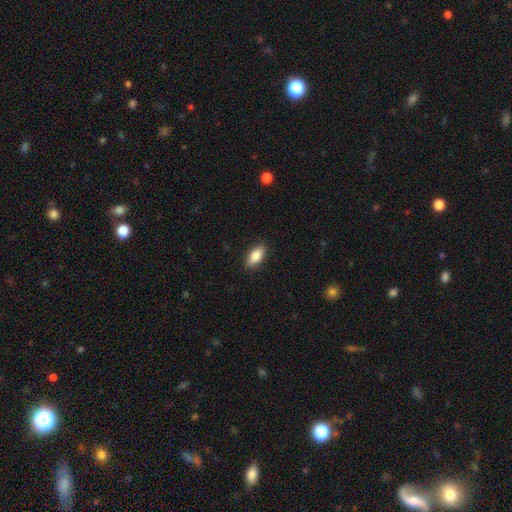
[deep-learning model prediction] smooth 84%, featured or disk 9%, star or artifact 7%. Down the decision tree: how rounded — in between (89%); merging — none (89%).